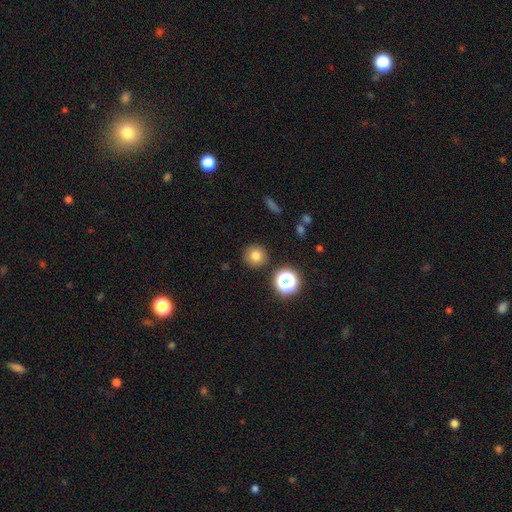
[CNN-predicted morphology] Smooth or featured: smooth — 79% (star or artifact — 13%)
How rounded: round — 94% (in between — 5%)
Merging: none — 89% (minor disturbance — 7%)